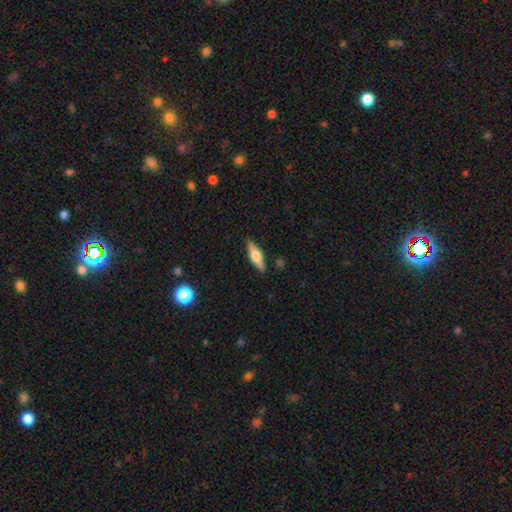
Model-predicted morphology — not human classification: Smooth or featured? featured or disk (50%)
Merging? none (88%)